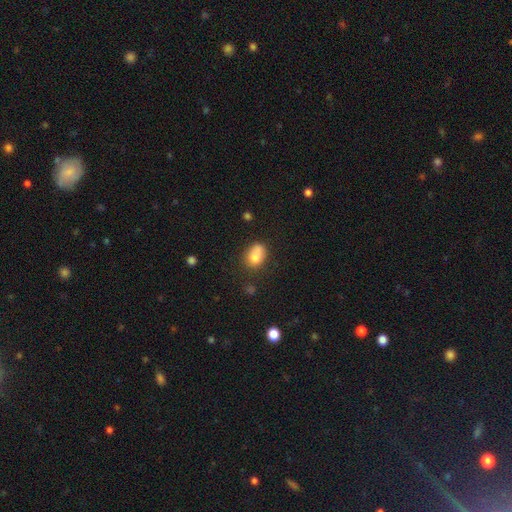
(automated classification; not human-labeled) Smooth or featured: smooth — 79% (featured or disk — 12%)
How rounded: in between — 76% (round — 22%)
Merging: none — 49% (minor disturbance — 25%)